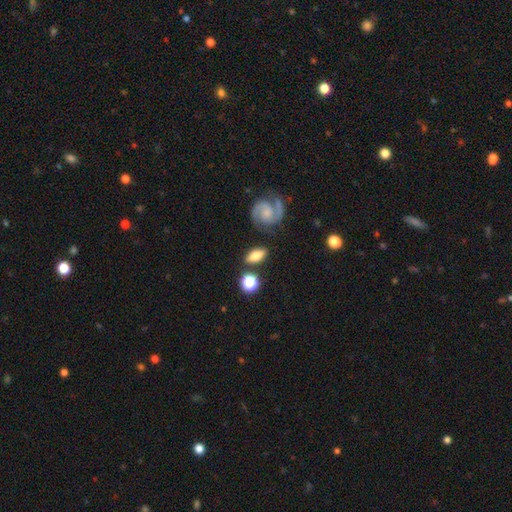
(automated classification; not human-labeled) Smooth or featured? Predicted: smooth (p=0.63). How rounded? Predicted: in between (p=0.78). Merging? Predicted: none (p=0.77).